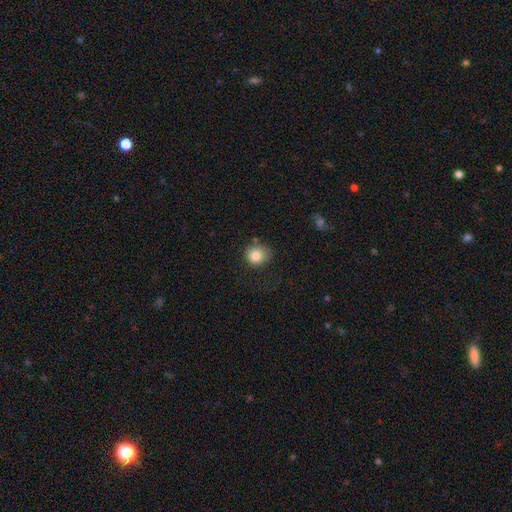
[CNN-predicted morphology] Smooth or featured: smooth — 82% (star or artifact — 10%)
How rounded: round — 83% (in between — 16%)
Merging: none — 70% (minor disturbance — 21%)